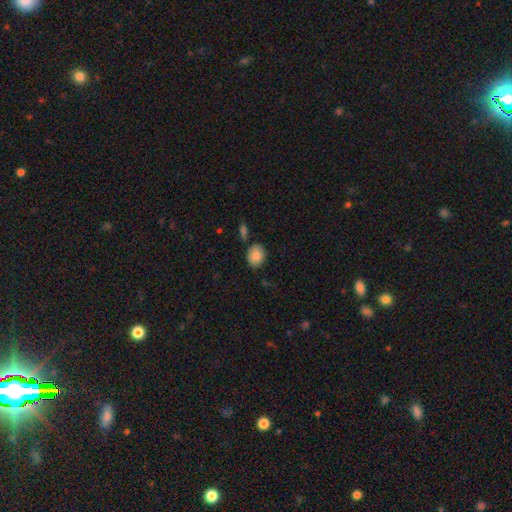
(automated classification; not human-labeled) Smooth or featured: smooth — 87% (star or artifact — 8%)
How rounded: in between — 53% (round — 46%)
Merging: none — 72% (minor disturbance — 17%)